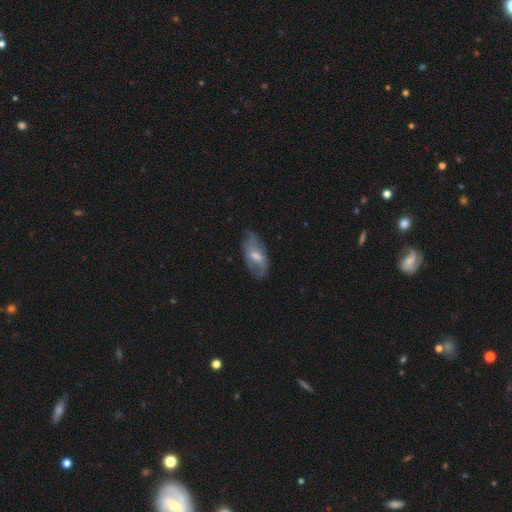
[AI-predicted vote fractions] This is possibly a smooth galaxy (48%). Merging: likely none (65%).